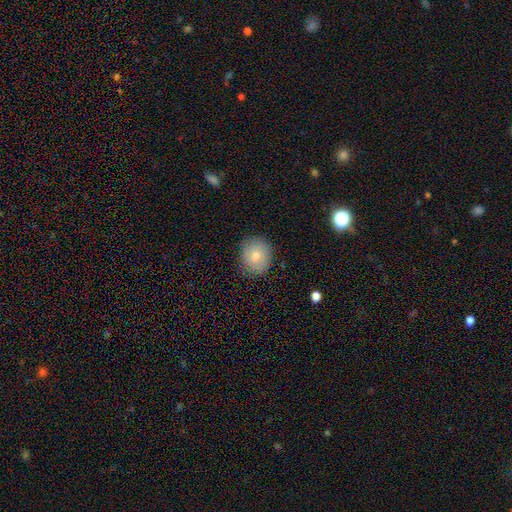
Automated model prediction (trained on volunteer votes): This is likely a smooth galaxy (71%). How rounded: likely round (80%). Merging: clearly none (86%).